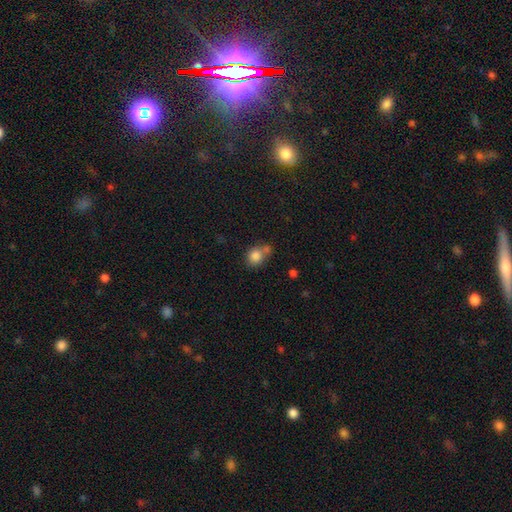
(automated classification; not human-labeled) Smooth or featured? Predicted: smooth (p=0.83). How rounded? Predicted: round (p=0.70). Merging? Predicted: none (p=0.49).